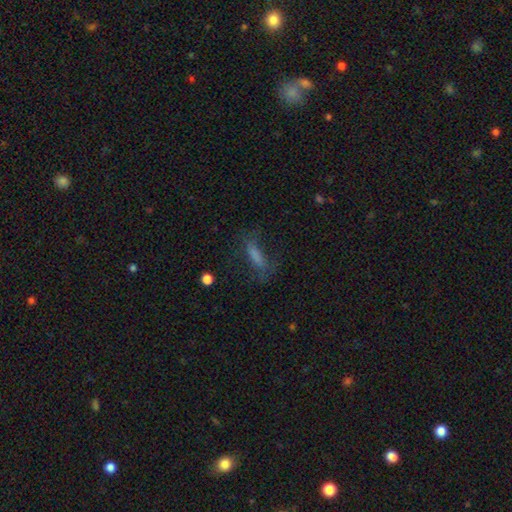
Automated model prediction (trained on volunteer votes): A smooth galaxy with no disk features (60%) that is cigar-shaped (57%). Merging: none (54%).